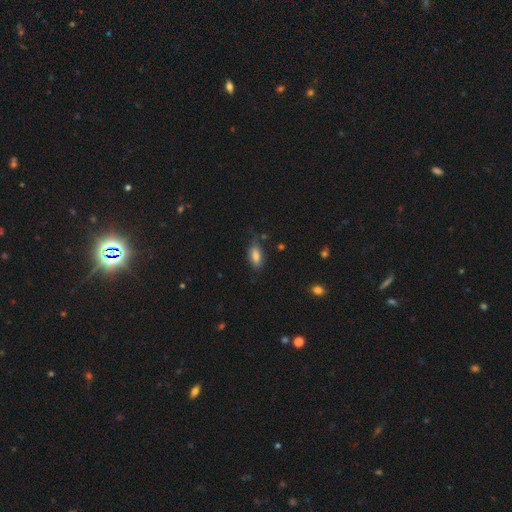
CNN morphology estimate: A smooth galaxy with no disk features (79%) that is in between round and cigar-shaped (79%). Merging: none (67%).